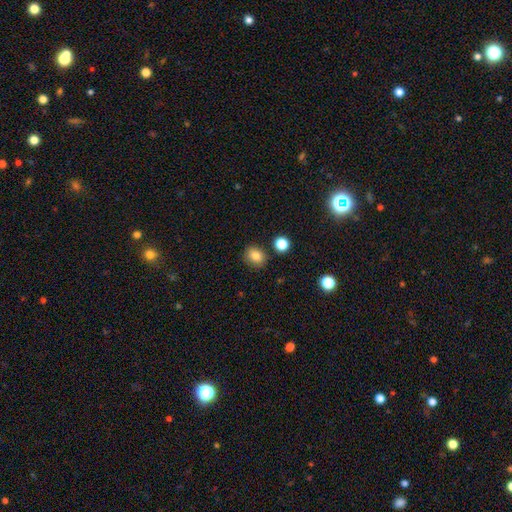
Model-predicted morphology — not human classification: Overall: smooth (83%). How rounded: round (61%; in between 38%). Merging: none (84%).